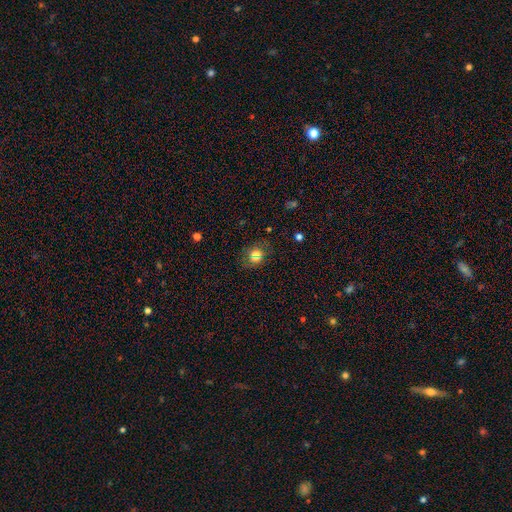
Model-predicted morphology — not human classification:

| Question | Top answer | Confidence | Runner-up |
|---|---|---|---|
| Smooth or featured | smooth | 68% | star or artifact (17%) |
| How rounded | round | 59% | in between (39%) |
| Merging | none | 59% | merger (19%) |